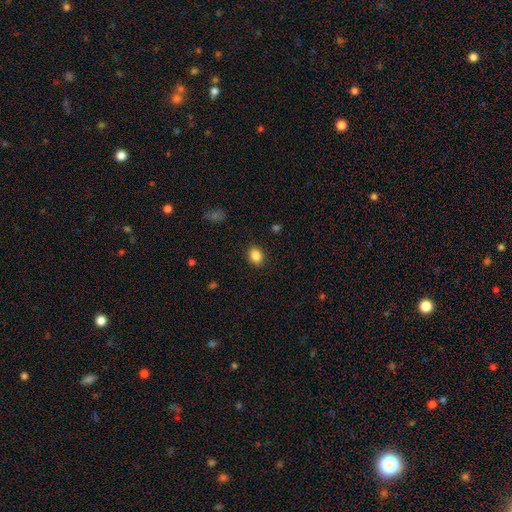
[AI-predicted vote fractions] A smooth galaxy with no disk features (86%) that is in between round and cigar-shaped (52%).

Vote fractions:
- Smooth or featured? smooth: 86% / star or artifact: 10% / featured or disk: 4%
- How rounded? in between: 52% / round: 47% / cigar-shaped: 1%
- Merging? none: 89% / minor disturbance: 8% / major disturbance: 2% / merger: 1%